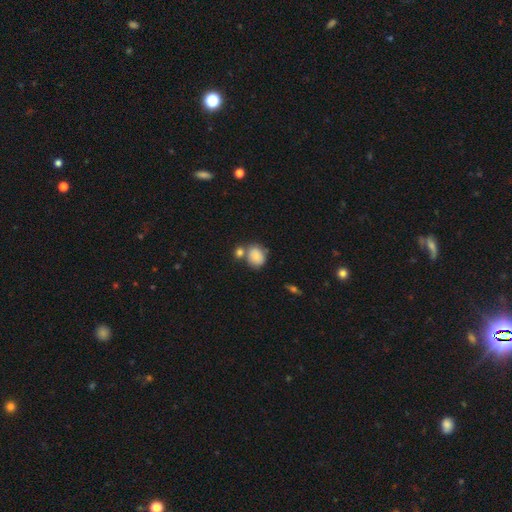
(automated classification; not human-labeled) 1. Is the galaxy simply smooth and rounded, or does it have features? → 82% smooth, 9% featured or disk, 8% star or artifact.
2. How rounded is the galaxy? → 60% round, 39% in between, 1% cigar-shaped.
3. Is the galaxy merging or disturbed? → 52% none, 29% merger, 15% minor disturbance, 4% major disturbance.